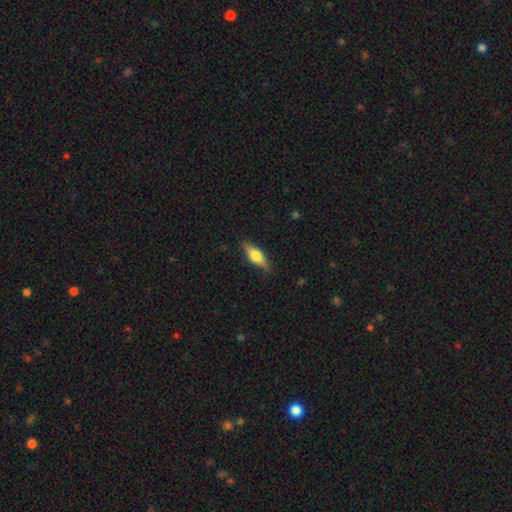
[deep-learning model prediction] Overall: smooth (50%; featured or disk 43%). How rounded: in between (52%; cigar-shaped 45%). Merging: none (86%).